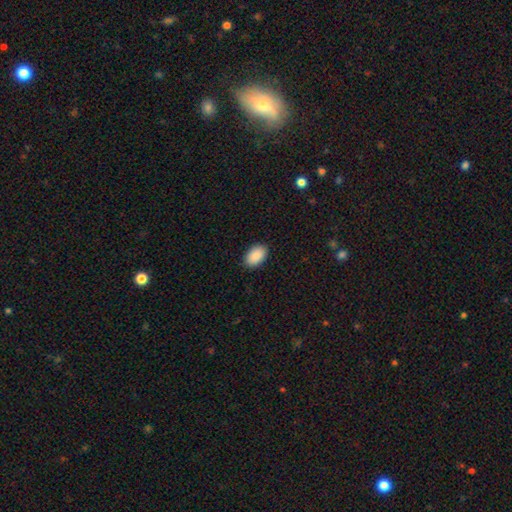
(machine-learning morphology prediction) type=smooth (91%); roundness=in between (92%); merging=none (89%).